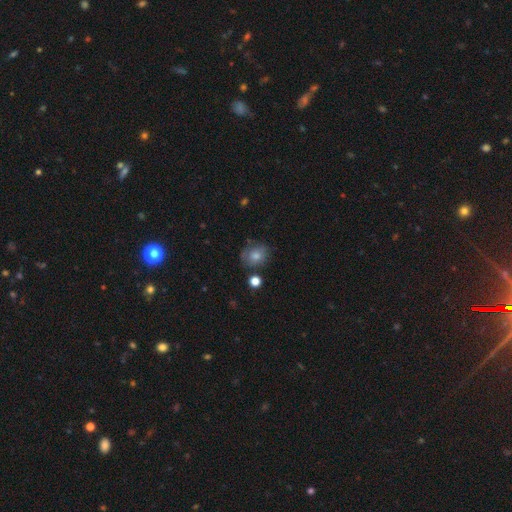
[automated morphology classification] This appears to be a smooth galaxy with no disk features (71%) that is round (65%). Merging: none (72%).